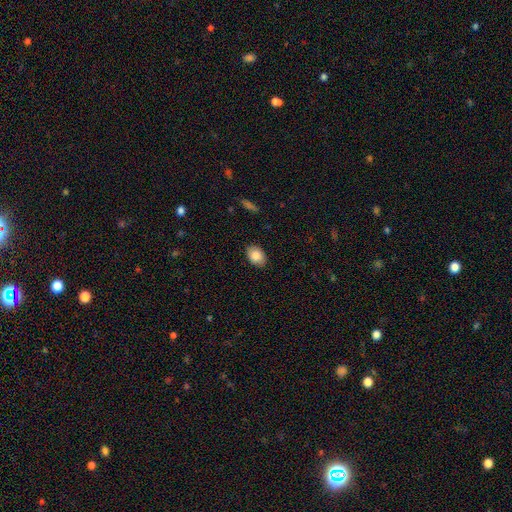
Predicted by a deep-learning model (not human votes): This is clearly a smooth galaxy (84%). How rounded: clearly in between (80%). Merging: clearly none (86%).